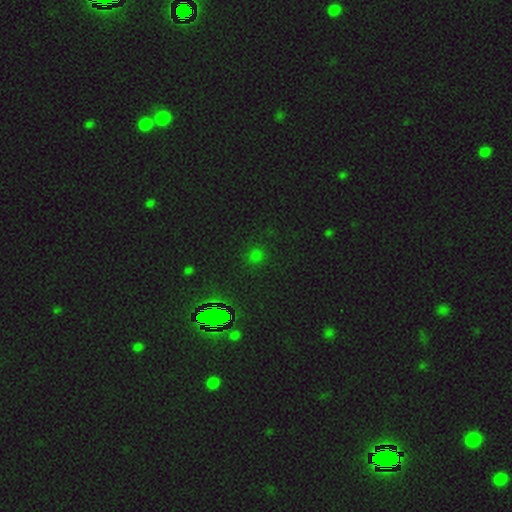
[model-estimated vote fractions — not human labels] The model was most divided on "smooth or featured": smooth: 54%, star or artifact: 39%, featured or disk: 6%. More confident: how rounded — round (88%); merging — none (88%).